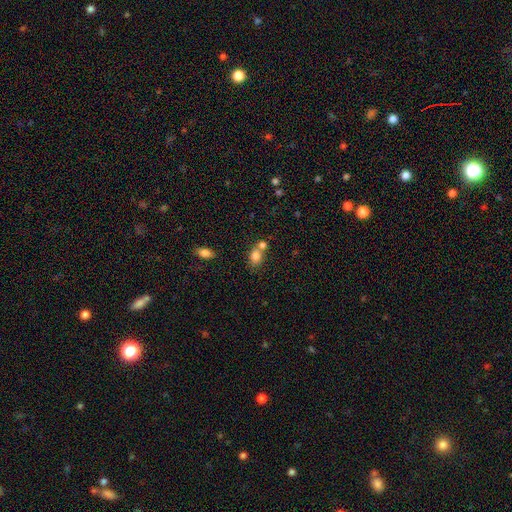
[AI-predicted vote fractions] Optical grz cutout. It shows a smooth galaxy with no disk features (81%) that is in between round and cigar-shaped (61%). Merging: none (45%).